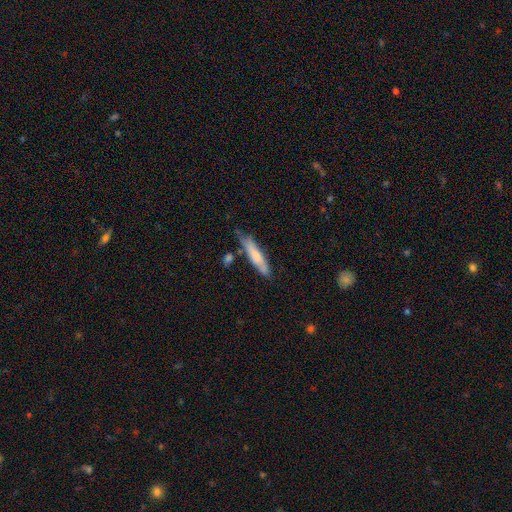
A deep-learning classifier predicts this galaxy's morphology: Q: Smooth or featured?
A: smooth (68%); runner-up: featured or disk (27%)
Q: How rounded?
A: cigar-shaped (85%); runner-up: in between (14%)
Q: Merging?
A: none (68%); runner-up: minor disturbance (22%)